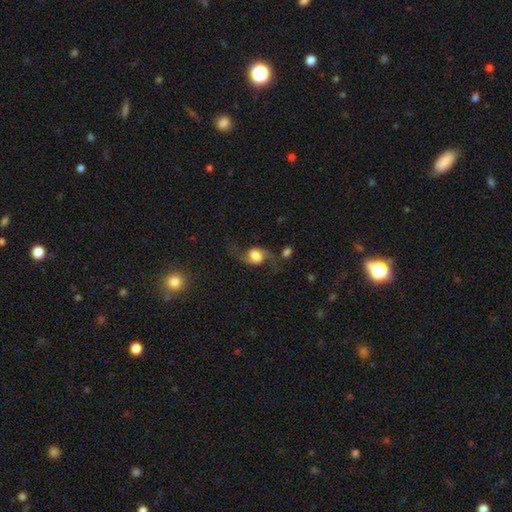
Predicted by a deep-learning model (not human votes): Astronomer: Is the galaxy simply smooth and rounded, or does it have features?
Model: featured or disk — 69%.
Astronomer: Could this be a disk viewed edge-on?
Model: no — 96%.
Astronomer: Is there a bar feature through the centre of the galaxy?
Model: no — 50% (runner-up: weak, 38%).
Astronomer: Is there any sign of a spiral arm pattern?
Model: yes — 94%.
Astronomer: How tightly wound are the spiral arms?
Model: loose — 84%.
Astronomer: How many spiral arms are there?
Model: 2 — 93%.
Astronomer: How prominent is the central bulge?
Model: large — 44% (runner-up: moderate, 25%).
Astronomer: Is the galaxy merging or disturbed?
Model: none — 62%.